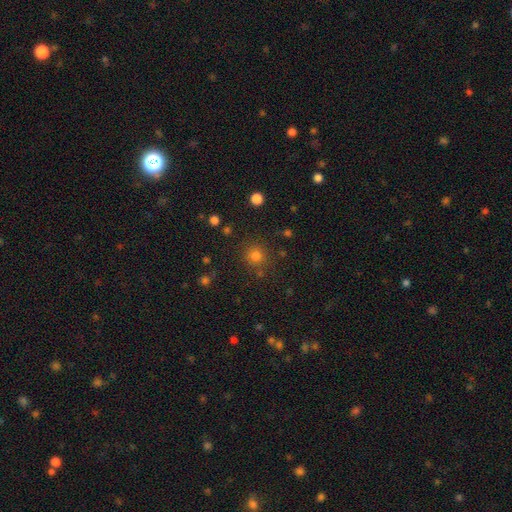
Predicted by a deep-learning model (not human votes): A smooth galaxy with no disk features (78%) that is round (92%). Merging: none (85%).